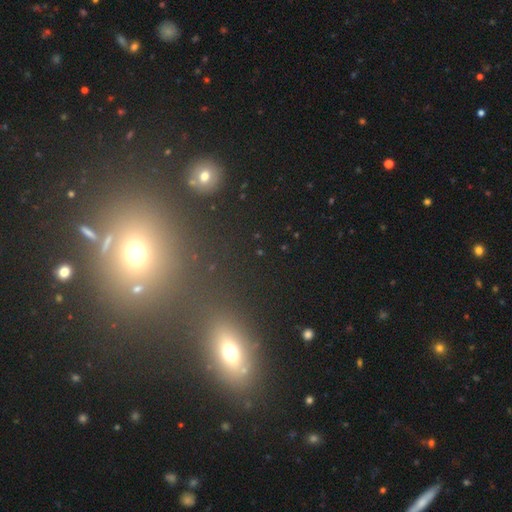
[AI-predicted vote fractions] smooth-or-featured: star or artifact: 44% | smooth: 41% | featured or disk: 16%